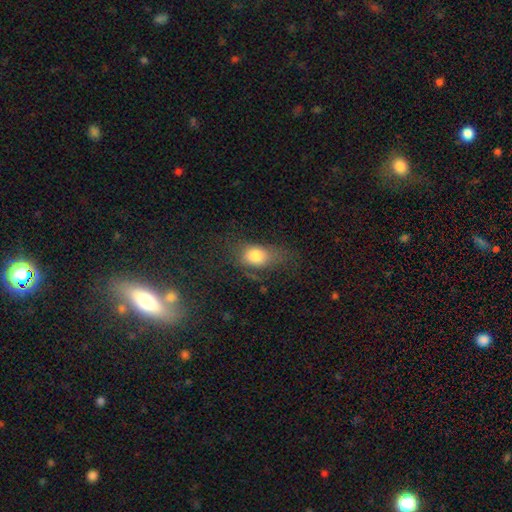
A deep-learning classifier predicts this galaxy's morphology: Smooth or featured? Predicted: smooth (p=0.76). How rounded? Predicted: in between (p=0.75). Merging? Predicted: none (p=0.44).